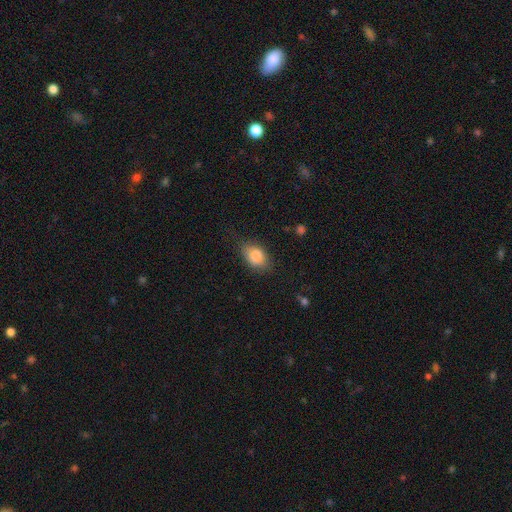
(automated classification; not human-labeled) This is clearly a smooth galaxy (84%). How rounded: likely in between (80%). Merging: likely none (73%).